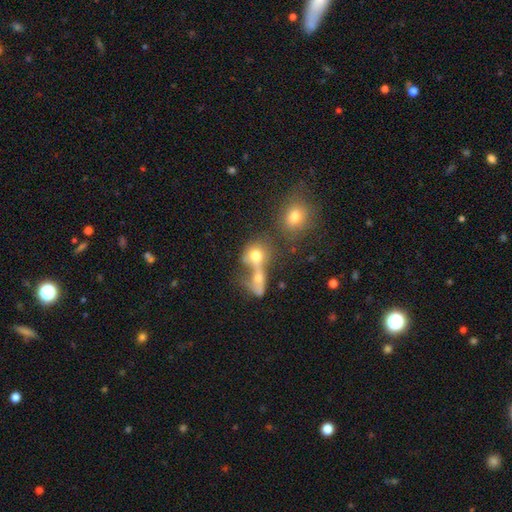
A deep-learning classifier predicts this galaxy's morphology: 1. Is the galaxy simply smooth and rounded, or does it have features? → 68% smooth, 19% featured or disk, 13% star or artifact.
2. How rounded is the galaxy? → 64% round, 33% in between, 3% cigar-shaped.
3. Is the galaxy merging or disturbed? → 58% merger, 25% none, 10% major disturbance, 8% minor disturbance.